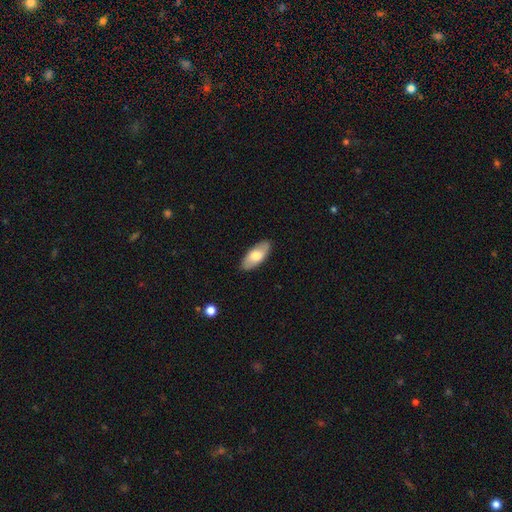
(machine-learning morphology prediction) This appears to be a smooth galaxy with no disk features (69%) that is in between round and cigar-shaped (88%). Merging: none (88%).